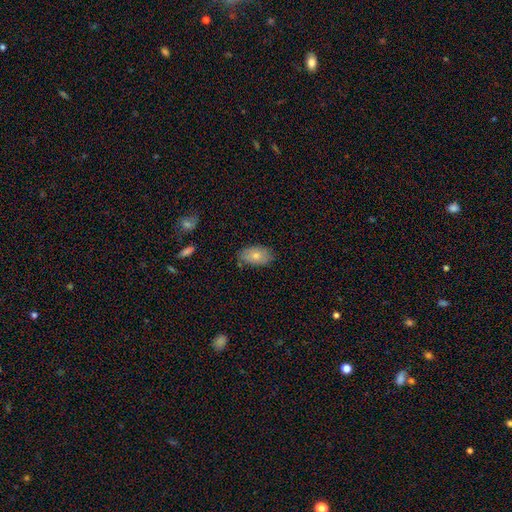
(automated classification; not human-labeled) smooth 74%, featured or disk 19%, star or artifact 7%. Down the decision tree: how rounded — in between (92%); merging — none (71%).